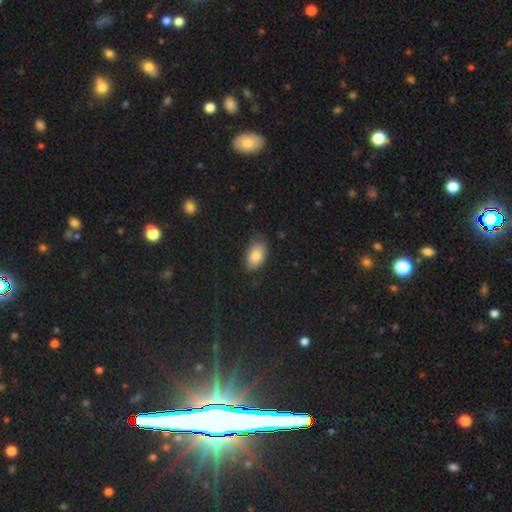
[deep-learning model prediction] Smooth or featured?
  - smooth: 83% *
  - featured or disk: 9%
  - star or artifact: 8%
How rounded?
  - in between: 91% *
  - round: 7%
  - cigar-shaped: 2%
Merging?
  - none: 80% *
  - minor disturbance: 16%
  - major disturbance: 3%
  - merger: 1%